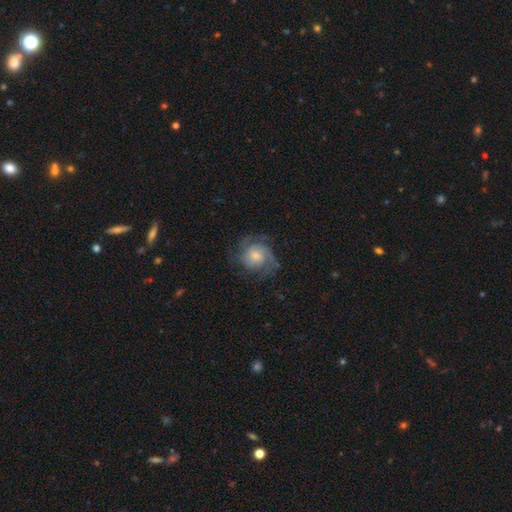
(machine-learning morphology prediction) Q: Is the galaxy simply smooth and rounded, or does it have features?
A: featured or disk — 72%.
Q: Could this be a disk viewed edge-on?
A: no — 98%.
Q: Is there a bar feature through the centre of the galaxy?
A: no — 68%.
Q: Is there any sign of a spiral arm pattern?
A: yes — 93%.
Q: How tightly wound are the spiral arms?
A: tight — 44%.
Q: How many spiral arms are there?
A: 2 — 37%.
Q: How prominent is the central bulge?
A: small — 51%.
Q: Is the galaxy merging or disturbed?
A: none — 69%.